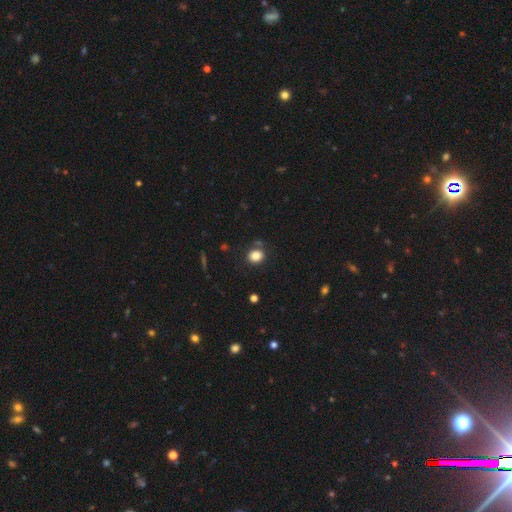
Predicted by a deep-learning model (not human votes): A smooth galaxy with no disk features (85%) that is round (60%).

Vote fractions:
- Smooth or featured? smooth: 85% / star or artifact: 11% / featured or disk: 5%
- How rounded? round: 60% / in between: 39% / cigar-shaped: 1%
- Merging? none: 80% / minor disturbance: 11% / merger: 5% / major disturbance: 4%